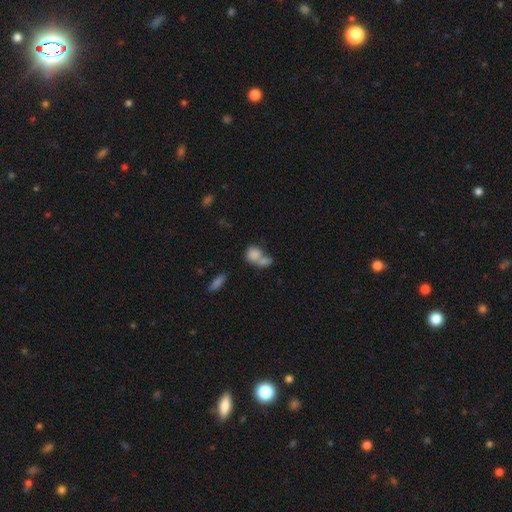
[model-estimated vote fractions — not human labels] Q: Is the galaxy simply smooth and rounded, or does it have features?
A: smooth — 80%.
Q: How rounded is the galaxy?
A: in between — 52%.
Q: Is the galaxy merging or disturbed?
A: merger — 59%.